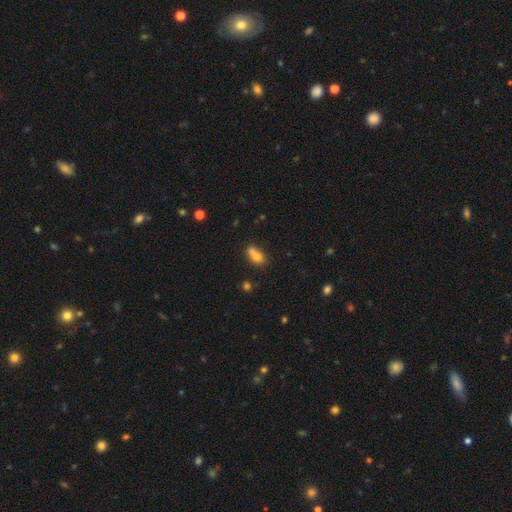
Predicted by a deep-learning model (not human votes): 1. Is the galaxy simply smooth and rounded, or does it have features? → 74% smooth, 14% featured or disk, 11% star or artifact.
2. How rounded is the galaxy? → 73% in between, 20% round, 7% cigar-shaped.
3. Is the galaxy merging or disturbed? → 40% merger, 37% none, 17% minor disturbance, 7% major disturbance.